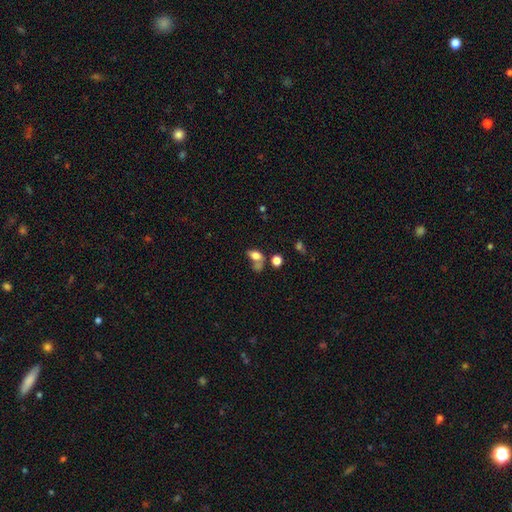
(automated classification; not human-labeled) Smooth or featured? Predicted: smooth (p=0.72). How rounded? Predicted: in between (p=0.81). Merging? Predicted: merger (p=0.33).